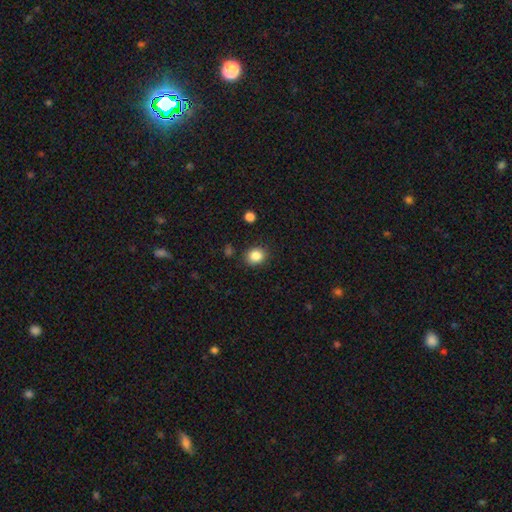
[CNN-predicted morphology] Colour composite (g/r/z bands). It shows a smooth galaxy with no disk features (86%) that is round (67%). Merging: none (87%).